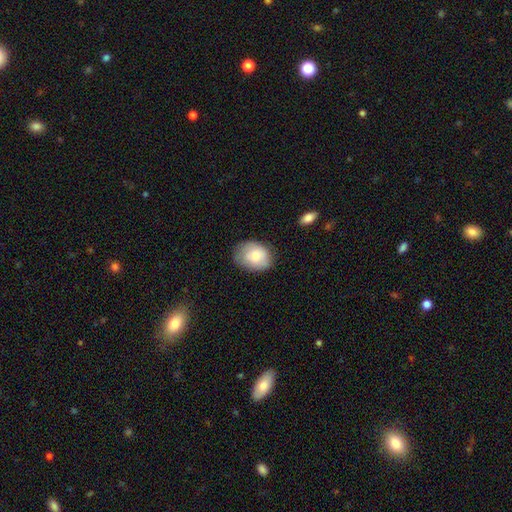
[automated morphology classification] Smooth or featured? smooth (78%)
How rounded? in between (65%)
Merging? none (71%)